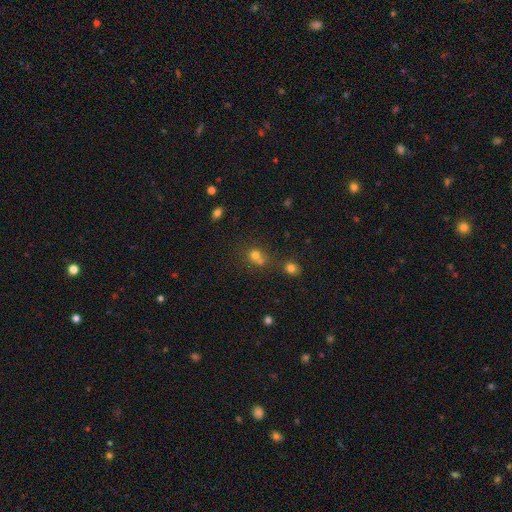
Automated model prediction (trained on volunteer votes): smooth_or_featured: smooth (p=0.71) [alt: star or artifact p=0.18]
how_rounded: round (p=0.77) [alt: in between p=0.22]
merging: merger (p=0.44) [alt: none p=0.43]